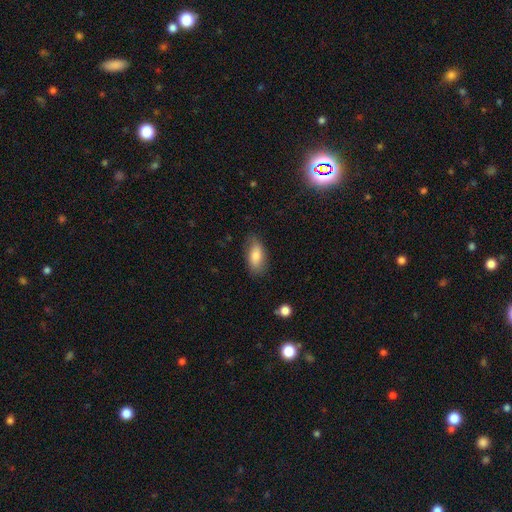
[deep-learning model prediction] Smooth or featured? Predicted: smooth (p=0.80). How rounded? Predicted: in between (p=0.88). Merging? Predicted: none (p=0.75).